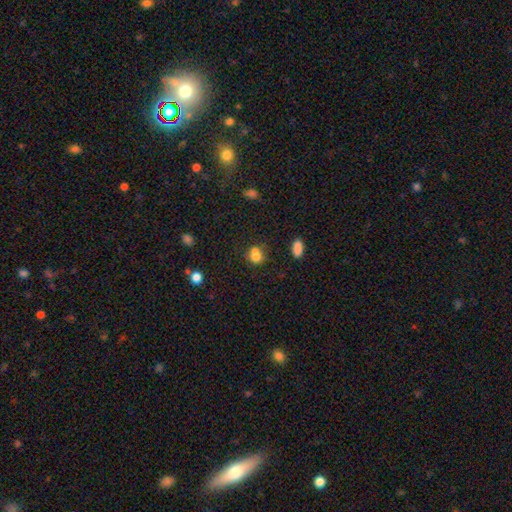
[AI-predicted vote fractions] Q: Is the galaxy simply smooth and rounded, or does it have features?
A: smooth — 76%.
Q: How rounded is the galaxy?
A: round — 65%.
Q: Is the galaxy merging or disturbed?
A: none — 40%, tied with merger.